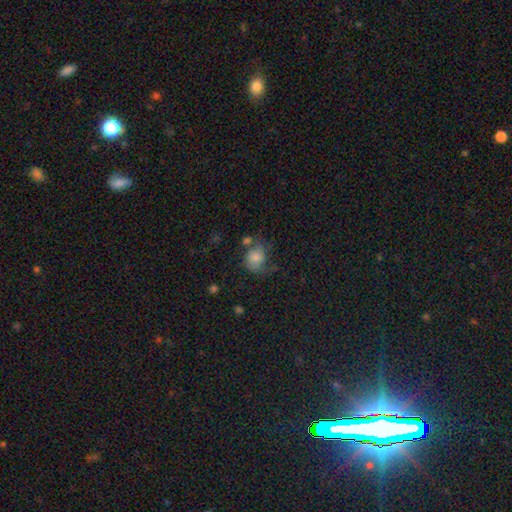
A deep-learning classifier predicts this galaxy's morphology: Smooth or featured: smooth — 72% (featured or disk — 17%)
How rounded: round — 60% (in between — 39%)
Merging: none — 46% (minor disturbance — 27%)